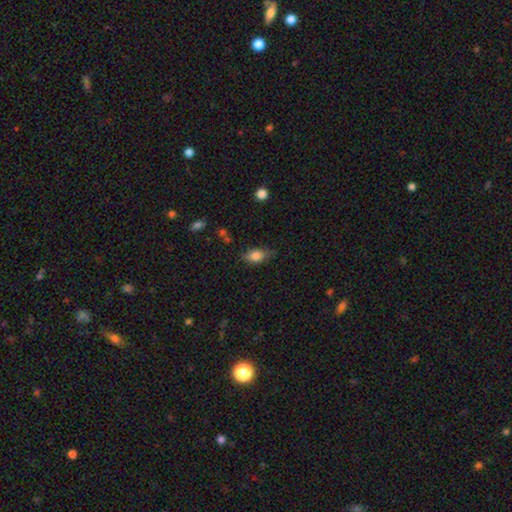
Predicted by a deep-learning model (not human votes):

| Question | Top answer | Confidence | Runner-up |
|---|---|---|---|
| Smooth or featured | smooth | 81% | featured or disk (11%) |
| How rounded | in between | 85% | round (10%) |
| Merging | none | 74% | minor disturbance (20%) |